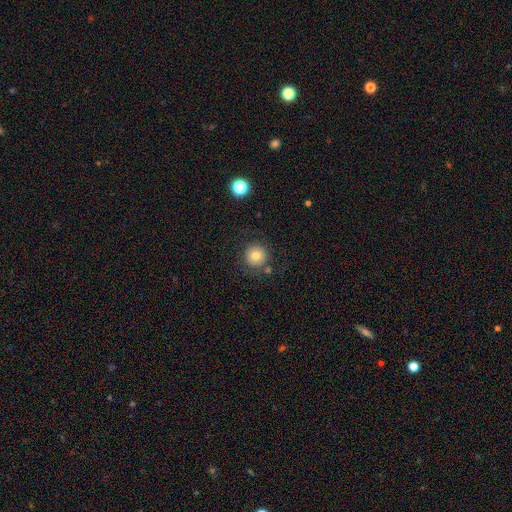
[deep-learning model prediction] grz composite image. It shows a smooth galaxy with no disk features (78%) that is round (95%). Merging: none (82%).